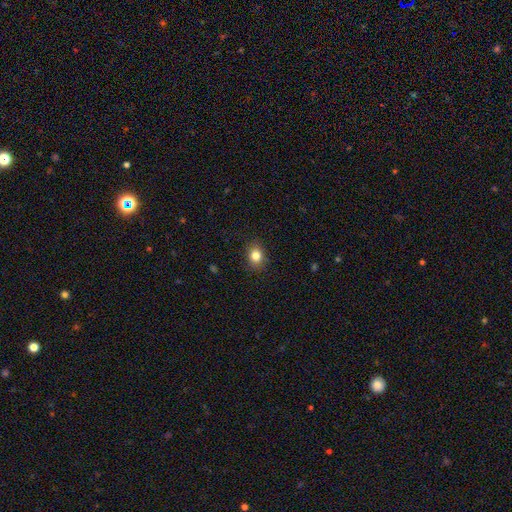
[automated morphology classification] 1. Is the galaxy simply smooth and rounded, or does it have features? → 83% smooth, 11% star or artifact, 7% featured or disk.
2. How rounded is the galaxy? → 54% round, 45% in between, 1% cigar-shaped.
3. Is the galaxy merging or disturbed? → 88% none, 9% minor disturbance, 2% major disturbance, 1% merger.